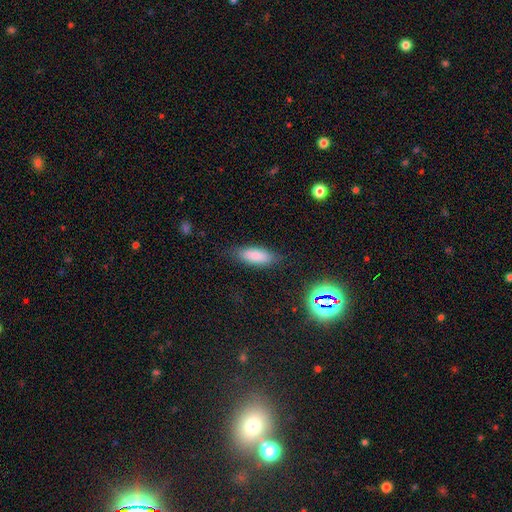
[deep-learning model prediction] Morphology: type=smooth (84%); roundness=in between (72%); merging=none (79%).